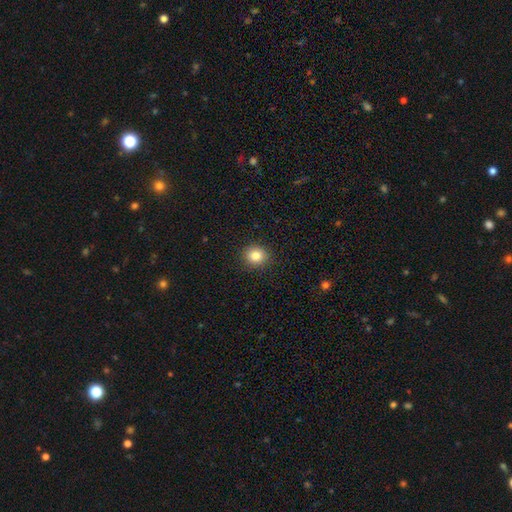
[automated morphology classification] Smooth or featured? smooth (84%)
How rounded? round (80%)
Merging? none (90%)